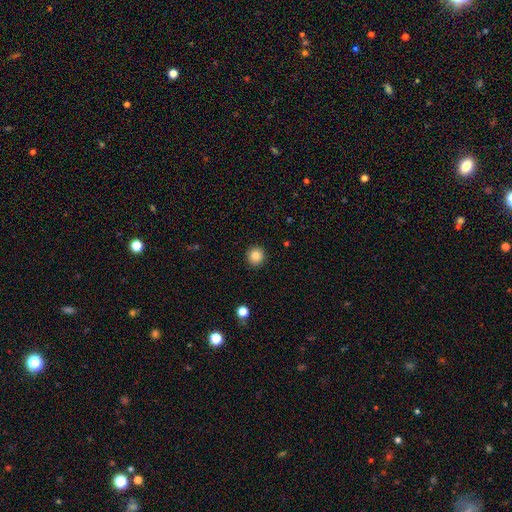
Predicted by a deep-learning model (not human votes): Smooth or featured? Predicted: smooth (p=0.86). How rounded? Predicted: round (p=0.93). Merging? Predicted: none (p=0.92).